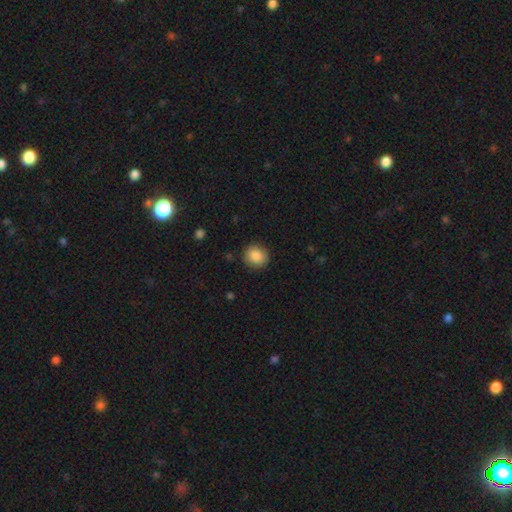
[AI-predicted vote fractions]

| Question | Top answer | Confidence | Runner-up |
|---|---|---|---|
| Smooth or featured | smooth | 87% | star or artifact (8%) |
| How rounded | round | 85% | in between (14%) |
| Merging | none | 89% | minor disturbance (8%) |